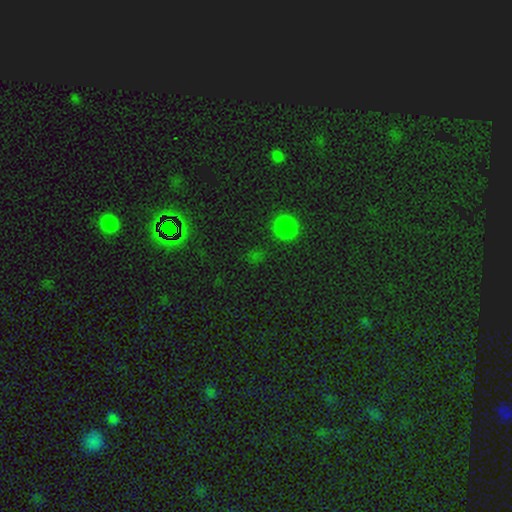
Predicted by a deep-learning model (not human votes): This is possibly a smooth galaxy (56%). How rounded: clearly round (83%). Merging: clearly none (87%).